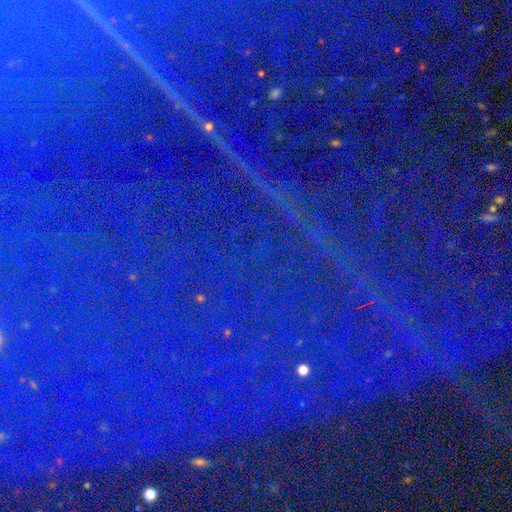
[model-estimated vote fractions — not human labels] star or artifact 87%, featured or disk 7%, smooth 6%.